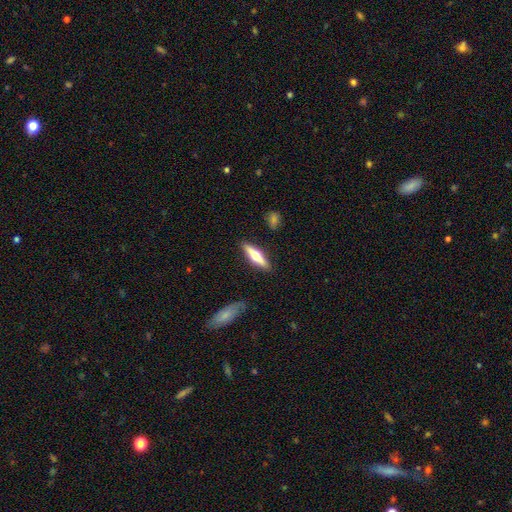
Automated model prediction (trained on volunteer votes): Smooth or featured? featured or disk (52%)
Edge-on disk? yes (93%)
Merging? none (87%)